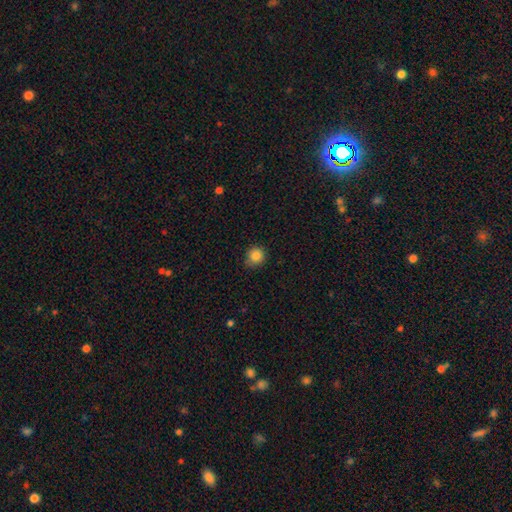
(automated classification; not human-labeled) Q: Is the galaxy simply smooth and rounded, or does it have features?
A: smooth — 85%.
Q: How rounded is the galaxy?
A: round — 91%.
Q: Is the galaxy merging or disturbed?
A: none — 83%.